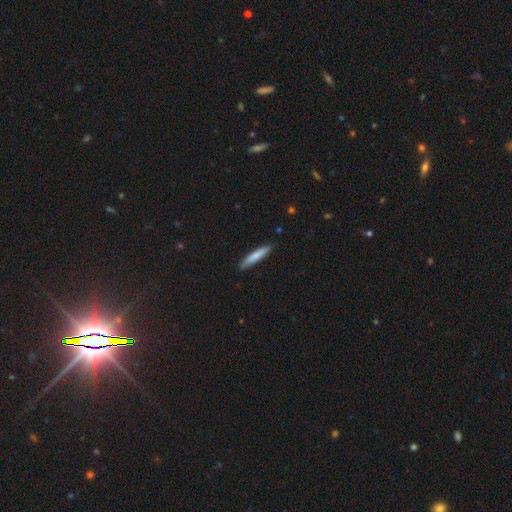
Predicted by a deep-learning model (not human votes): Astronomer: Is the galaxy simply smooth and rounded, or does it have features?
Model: smooth — 77%.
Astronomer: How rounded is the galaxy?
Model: cigar-shaped — 91%.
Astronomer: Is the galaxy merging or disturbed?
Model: none — 87%.